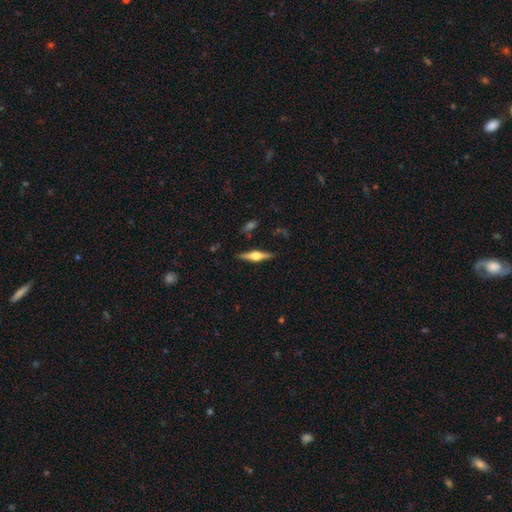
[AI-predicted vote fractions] The model was most divided on "smooth or featured": featured or disk: 70%, smooth: 24%, star or artifact: 6%. More confident: edge-on disk — yes (97%); edge-on bulge — rounded (93%); merging — none (87%).